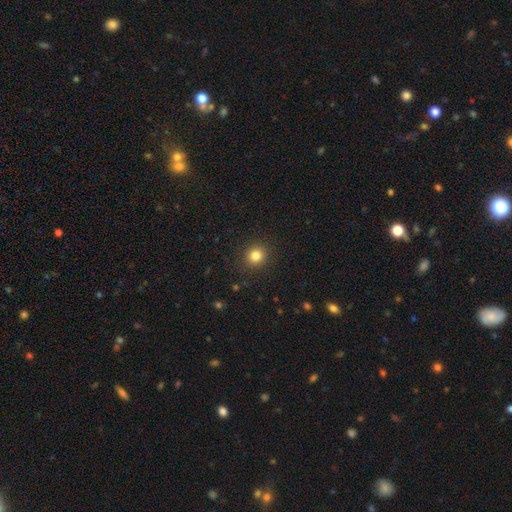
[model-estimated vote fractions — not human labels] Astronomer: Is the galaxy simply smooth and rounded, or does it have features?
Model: smooth — 82%.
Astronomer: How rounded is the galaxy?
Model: round — 86%.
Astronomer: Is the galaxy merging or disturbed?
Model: none — 90%.